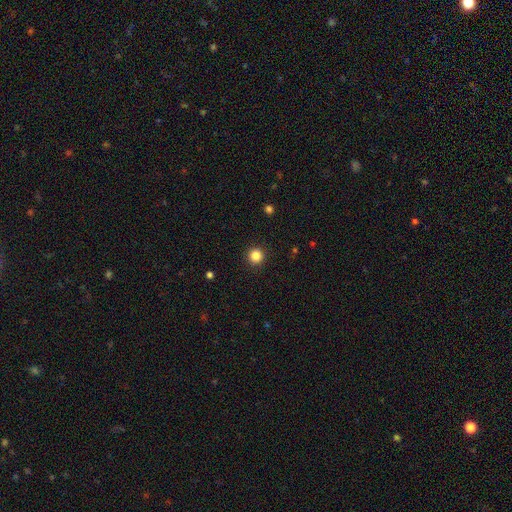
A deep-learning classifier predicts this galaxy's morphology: Smooth or featured? Predicted: smooth (p=0.84). How rounded? Predicted: round (p=0.96). Merging? Predicted: none (p=0.93).